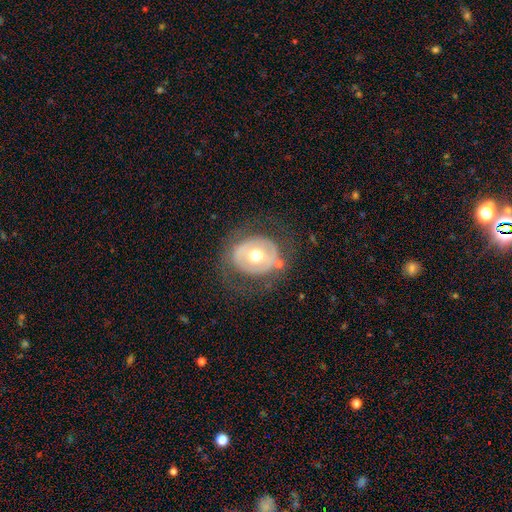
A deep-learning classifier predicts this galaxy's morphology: Smooth or featured? featured or disk (58%)
Edge-on disk? no (95%)
Bar? no (69%)
Spiral arms? no (82%)
Bulge size? moderate (77%)
Merging? none (70%)